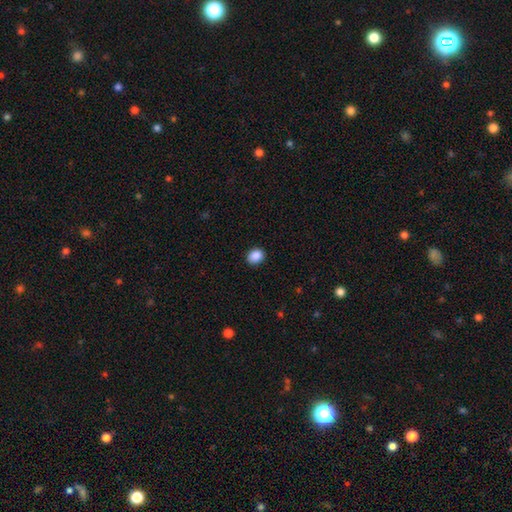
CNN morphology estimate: type=smooth (89%); roundness=round (53%); merging=none (89%).